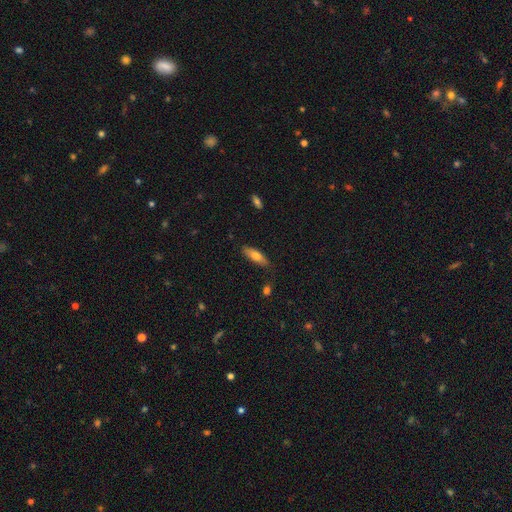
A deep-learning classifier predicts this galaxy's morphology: type=smooth (70%); roundness=in between (50%); merging=none (80%).